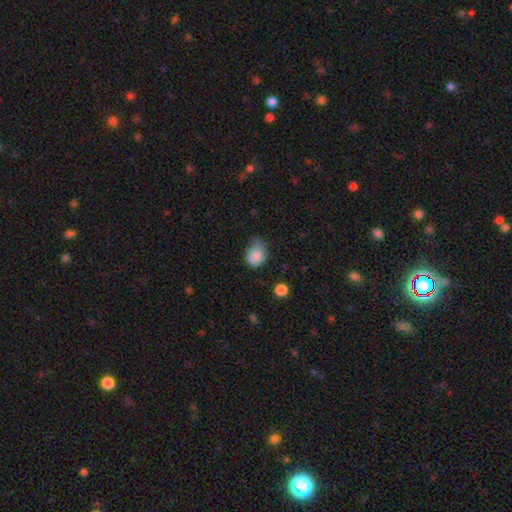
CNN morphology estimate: Smooth or featured: smooth — 85% (star or artifact — 9%)
How rounded: in between — 64% (round — 35%)
Merging: minor disturbance — 43% (none — 40%)